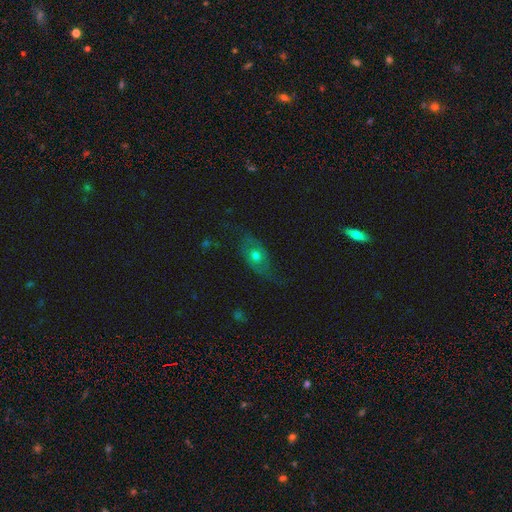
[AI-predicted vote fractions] Morphology: type=featured or disk (53%); edge-on=no (80%); merging=none (60%).